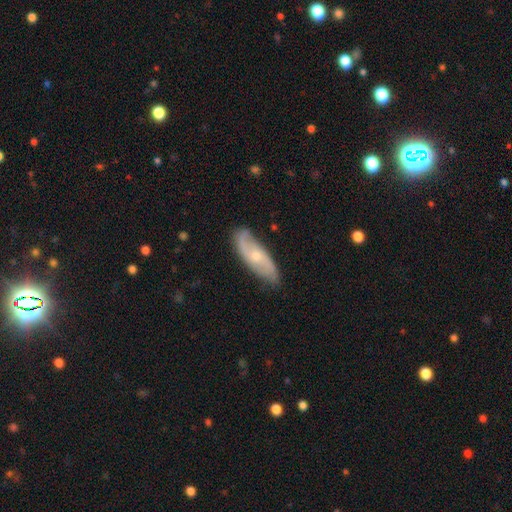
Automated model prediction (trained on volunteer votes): Smooth or featured? Predicted: featured or disk (p=0.74). Edge-on disk? Predicted: no (p=0.88). Bar? Predicted: no (p=0.65). Spiral arms? Predicted: yes (p=0.92). Spiral winding? Predicted: loose (p=0.43). Spiral arm count? Predicted: 2 (p=0.84). Bulge size? Predicted: small (p=0.64). Merging? Predicted: none (p=0.79).